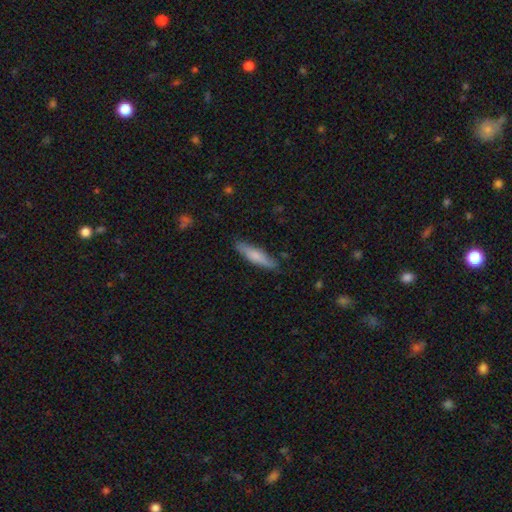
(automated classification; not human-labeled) Smooth or featured: smooth — 73% (featured or disk — 22%)
How rounded: cigar-shaped — 78% (in between — 21%)
Merging: none — 83% (minor disturbance — 13%)